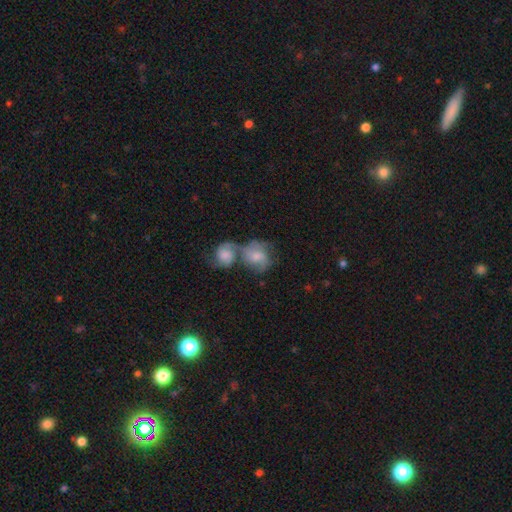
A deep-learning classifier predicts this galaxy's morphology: Smooth or featured? Predicted: featured or disk (p=0.62). Edge-on disk? Predicted: no (p=0.96). Bar? Predicted: no (p=0.57). Spiral arms? Predicted: yes (p=0.89). Spiral winding? Predicted: medium (p=0.48). Spiral arm count? Predicted: 2 (p=0.56). Bulge size? Predicted: moderate (p=0.53). Merging? Predicted: merger (p=0.53).